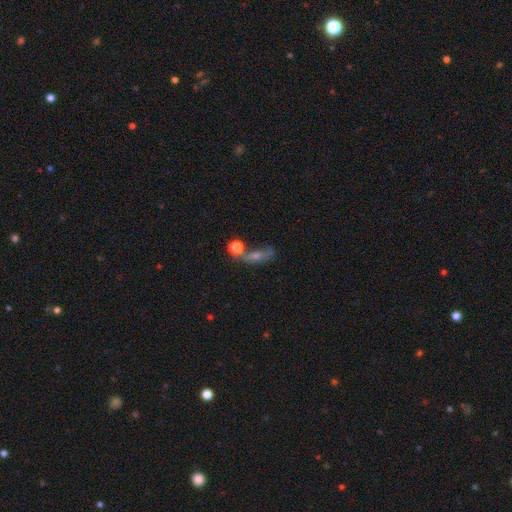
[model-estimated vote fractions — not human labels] This is marginally a smooth galaxy (41%). Merging: marginally none (37%).